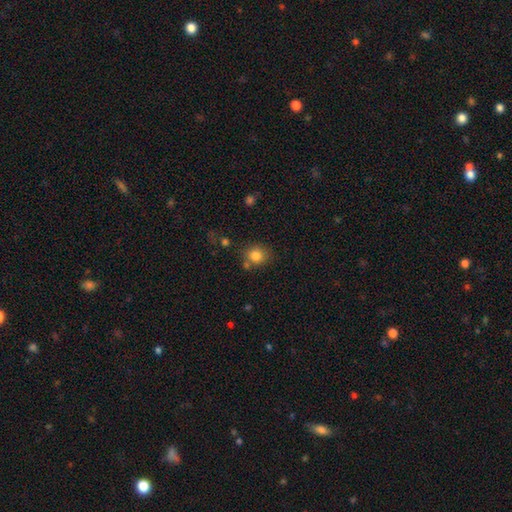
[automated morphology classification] Smooth or featured: smooth — 82% (star or artifact — 11%)
How rounded: round — 77% (in between — 22%)
Merging: none — 72% (minor disturbance — 13%)